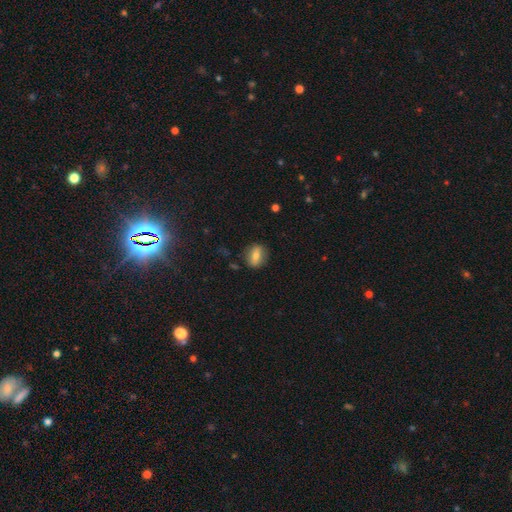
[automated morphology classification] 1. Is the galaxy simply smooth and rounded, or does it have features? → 65% smooth, 26% featured or disk, 9% star or artifact.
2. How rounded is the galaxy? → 51% in between, 44% round, 5% cigar-shaped.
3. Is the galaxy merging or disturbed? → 84% none, 12% minor disturbance, 3% major disturbance, 2% merger.